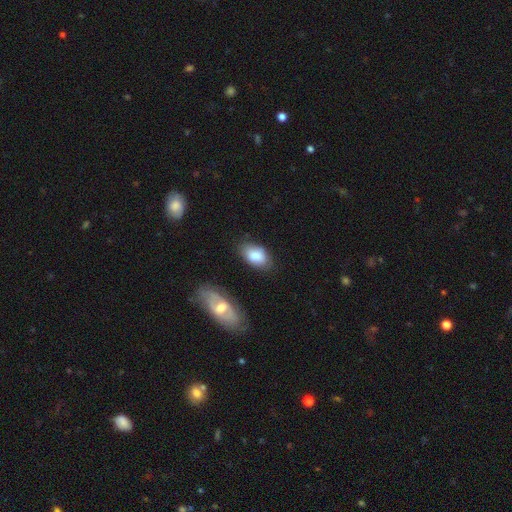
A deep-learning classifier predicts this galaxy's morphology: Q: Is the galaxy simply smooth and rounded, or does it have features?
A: smooth — 81%.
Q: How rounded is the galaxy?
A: in between — 92%.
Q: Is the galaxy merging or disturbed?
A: none — 72%.